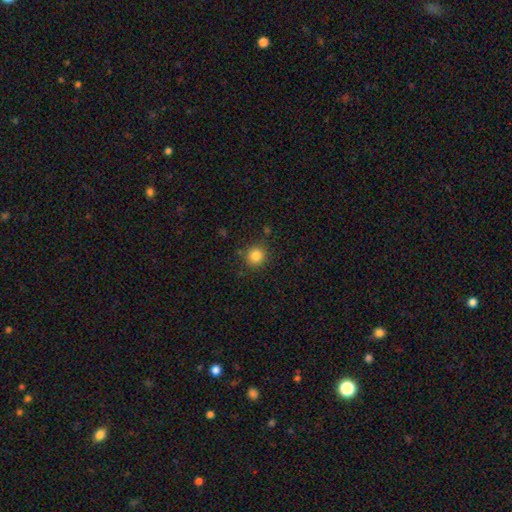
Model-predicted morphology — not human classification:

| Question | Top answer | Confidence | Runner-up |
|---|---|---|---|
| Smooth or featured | smooth | 84% | star or artifact (11%) |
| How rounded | round | 91% | in between (8%) |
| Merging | none | 86% | minor disturbance (9%) |